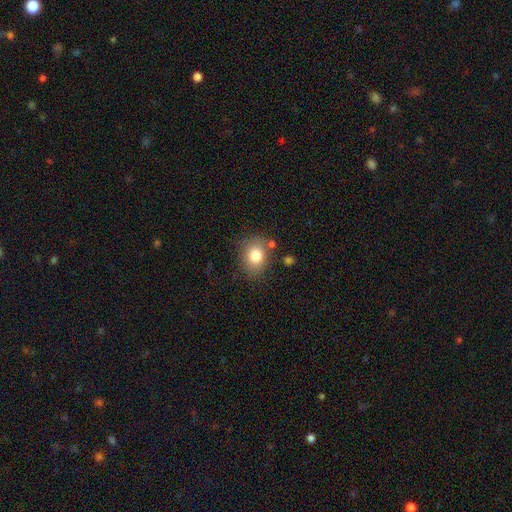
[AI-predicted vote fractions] Smooth or featured? Predicted: smooth (p=0.82). How rounded? Predicted: round (p=0.56). Merging? Predicted: none (p=0.75).